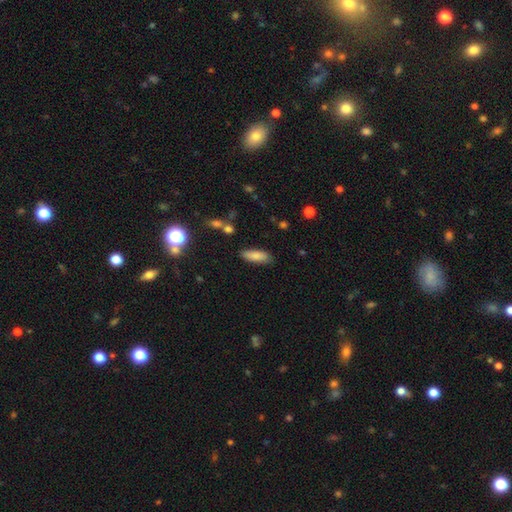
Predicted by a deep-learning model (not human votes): This is clearly a smooth galaxy (82%). How rounded: likely in between (66%). Merging: clearly none (82%).